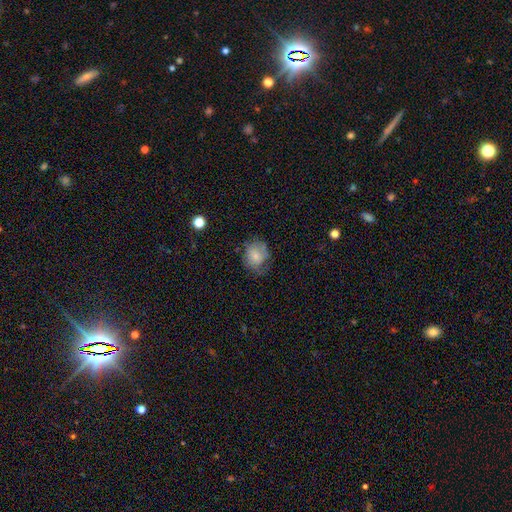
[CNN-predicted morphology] type=smooth (67%); roundness=round (67%); merging=none (50%).